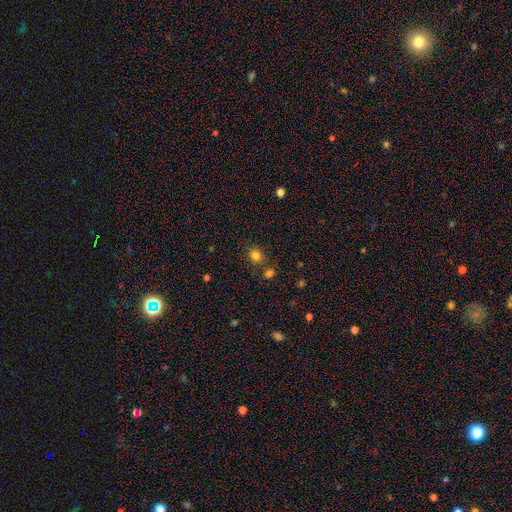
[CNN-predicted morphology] smooth-or-featured: smooth: 81% | star or artifact: 14% | featured or disk: 5%
  how-rounded: round: 81% | in between: 18% | cigar-shaped: 1%
  merging: none: 80% | minor disturbance: 9% | merger: 8% | major disturbance: 3%